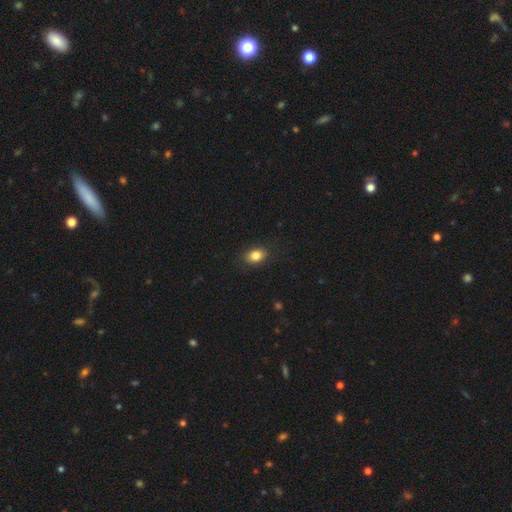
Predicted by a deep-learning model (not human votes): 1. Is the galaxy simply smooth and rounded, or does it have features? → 85% smooth, 10% star or artifact, 6% featured or disk.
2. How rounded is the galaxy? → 71% in between, 27% round, 1% cigar-shaped.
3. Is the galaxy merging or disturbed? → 86% none, 10% minor disturbance, 3% major disturbance, 1% merger.